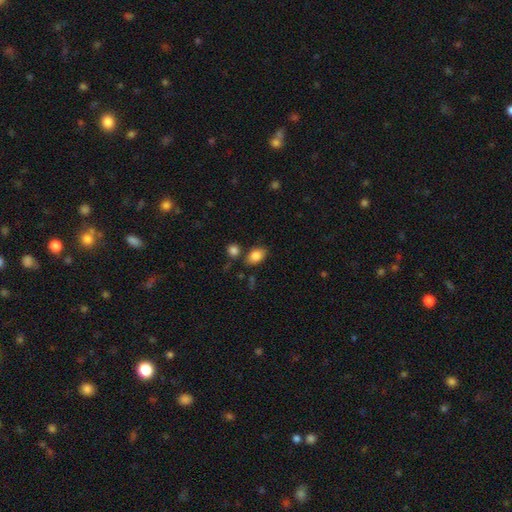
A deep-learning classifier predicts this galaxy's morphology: Overall: smooth (85%). How rounded: in between (84%). Merging: none (75%).